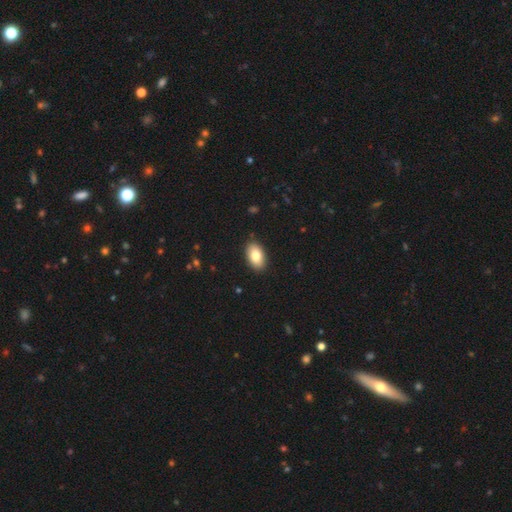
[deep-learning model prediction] A smooth galaxy with no disk features (83%) that is in between round and cigar-shaped (93%). Merging: none (89%).